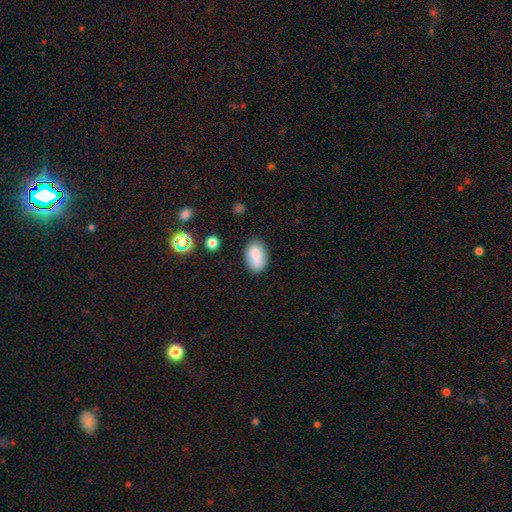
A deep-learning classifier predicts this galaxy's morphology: Smooth or featured?
  - smooth: 82% *
  - featured or disk: 9%
  - star or artifact: 9%
How rounded?
  - in between: 91% *
  - round: 7%
  - cigar-shaped: 2%
Merging?
  - none: 73% *
  - minor disturbance: 18%
  - major disturbance: 4%
  - merger: 4%